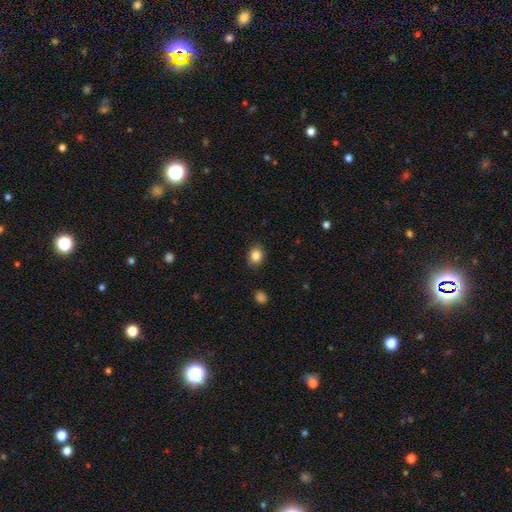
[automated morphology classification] Smooth or featured?
  - smooth: 85% *
  - star or artifact: 10%
  - featured or disk: 6%
How rounded?
  - round: 55% *
  - in between: 44%
  - cigar-shaped: 1%
Merging?
  - none: 87% *
  - minor disturbance: 10%
  - major disturbance: 2%
  - merger: 1%